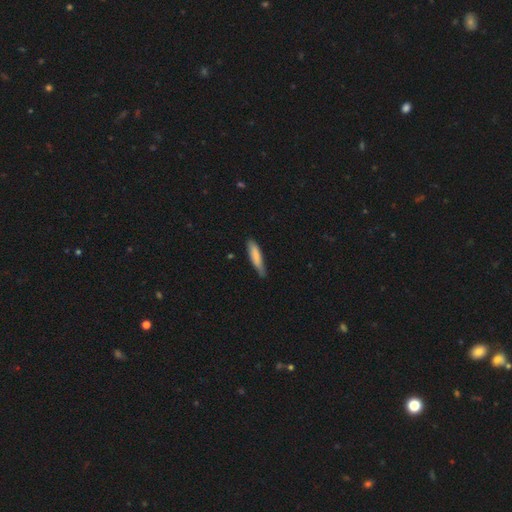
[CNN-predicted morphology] A smooth galaxy with no disk features (81%) that is cigar-shaped (82%).

Vote fractions:
- Smooth or featured? smooth: 81% / featured or disk: 14% / star or artifact: 6%
- How rounded? cigar-shaped: 82% / in between: 17% / round: 1%
- Merging? none: 65% / minor disturbance: 29% / major disturbance: 4% / merger: 2%